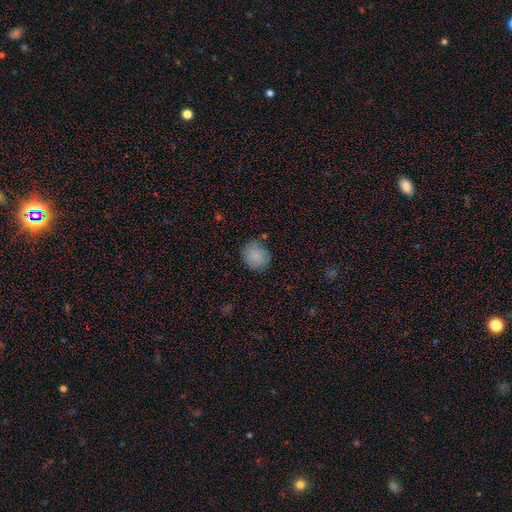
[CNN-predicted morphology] Smooth or featured? smooth (85%)
How rounded? round (77%)
Merging? none (79%)